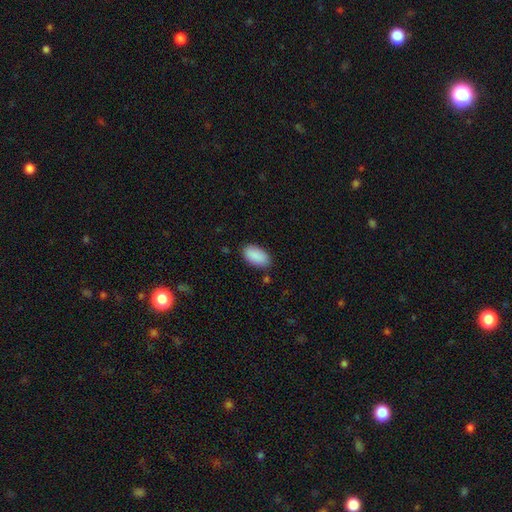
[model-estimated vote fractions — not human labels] A smooth galaxy with no disk features (91%) that is in between round and cigar-shaped (95%).

Vote fractions:
- Smooth or featured? smooth: 91% / star or artifact: 6% / featured or disk: 3%
- How rounded? in between: 95% / round: 3% / cigar-shaped: 2%
- Merging? none: 84% / minor disturbance: 12% / major disturbance: 3% / merger: 2%